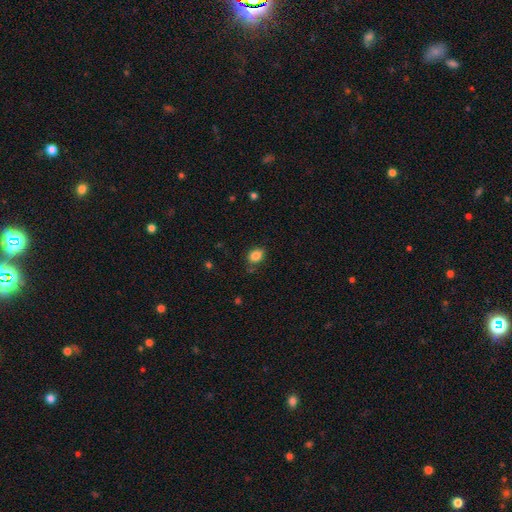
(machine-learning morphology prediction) This is clearly a smooth galaxy (85%). How rounded: likely in between (63%). Merging: likely none (76%).